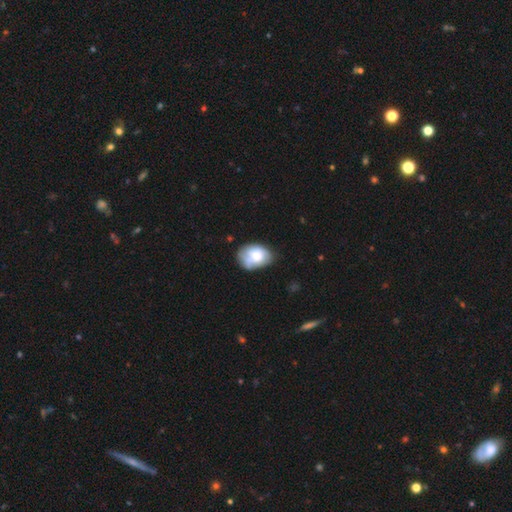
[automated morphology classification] Smooth or featured?
  - smooth: 67% *
  - featured or disk: 25%
  - star or artifact: 8%
How rounded?
  - in between: 76% *
  - round: 23%
  - cigar-shaped: 1%
Merging?
  - none: 49% *
  - minor disturbance: 32%
  - major disturbance: 11%
  - merger: 8%